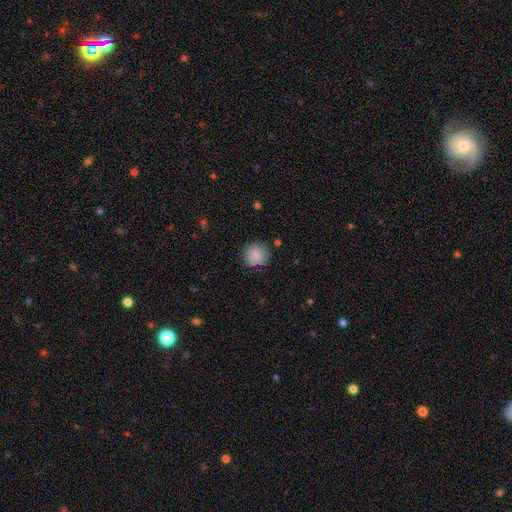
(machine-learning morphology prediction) Q: Smooth or featured?
A: smooth (87%); runner-up: star or artifact (8%)
Q: How rounded?
A: round (93%); runner-up: in between (6%)
Q: Merging?
A: none (86%); runner-up: minor disturbance (10%)